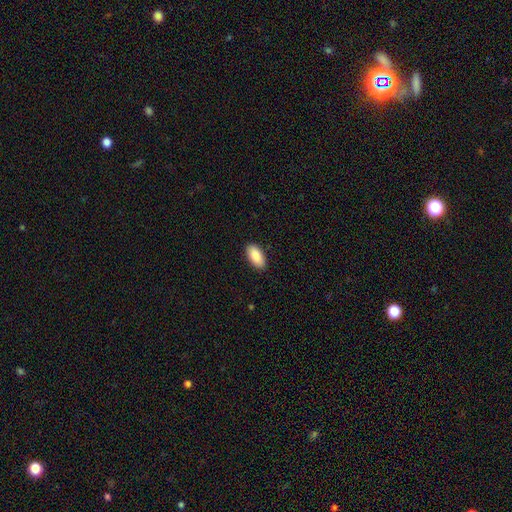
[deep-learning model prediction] smooth-or-featured: smooth: 89% | star or artifact: 6% | featured or disk: 5%
  how-rounded: in between: 93% | cigar-shaped: 5% | round: 2%
  merging: none: 88% | minor disturbance: 9% | major disturbance: 2% | merger: 1%